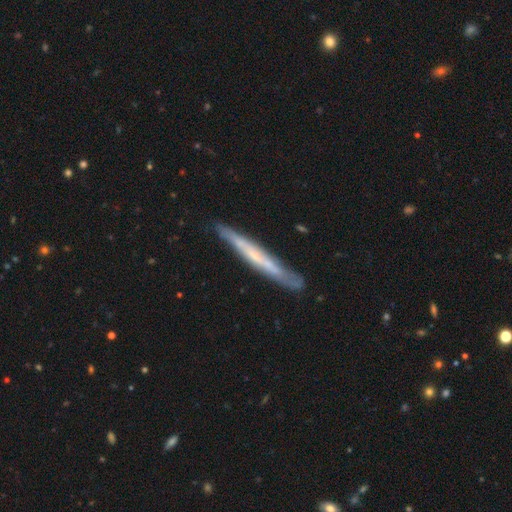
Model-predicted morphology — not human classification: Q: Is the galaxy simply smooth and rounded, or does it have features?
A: featured or disk — 61%.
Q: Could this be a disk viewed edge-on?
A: yes — 90%.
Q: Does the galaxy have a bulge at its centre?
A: none — 73%.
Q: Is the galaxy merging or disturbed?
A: none — 84%.